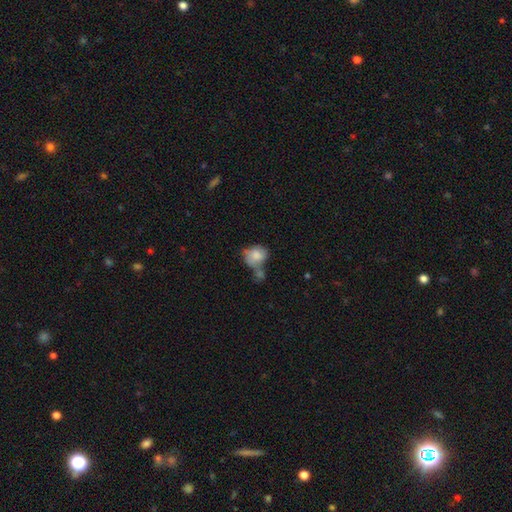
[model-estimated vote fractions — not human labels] Q: Smooth or featured?
A: smooth (75%); runner-up: featured or disk (18%)
Q: How rounded?
A: round (50%); runner-up: in between (49%)
Q: Merging?
A: merger (38%); runner-up: none (29%)